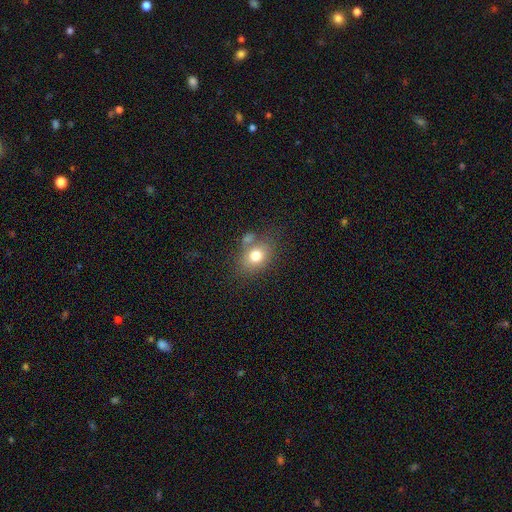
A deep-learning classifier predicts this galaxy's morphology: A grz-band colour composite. It shows a smooth galaxy with no disk features (75%) that is in between round and cigar-shaped (58%). Merging: none (57%).